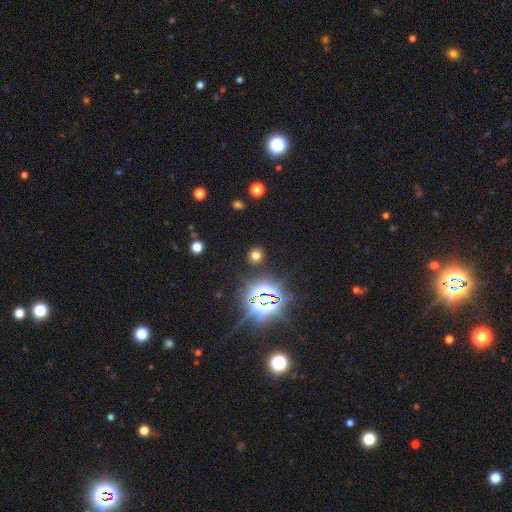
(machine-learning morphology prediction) A smooth galaxy with no disk features (61%) that is round (87%). Merging: none (88%).